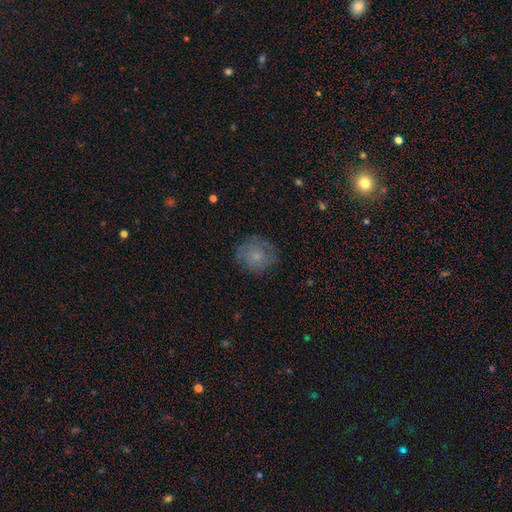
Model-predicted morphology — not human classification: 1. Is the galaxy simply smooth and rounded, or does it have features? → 64% smooth, 27% featured or disk, 9% star or artifact.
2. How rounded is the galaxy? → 88% round, 11% in between, 1% cigar-shaped.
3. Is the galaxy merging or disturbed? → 78% none, 16% minor disturbance, 5% major disturbance, 1% merger.